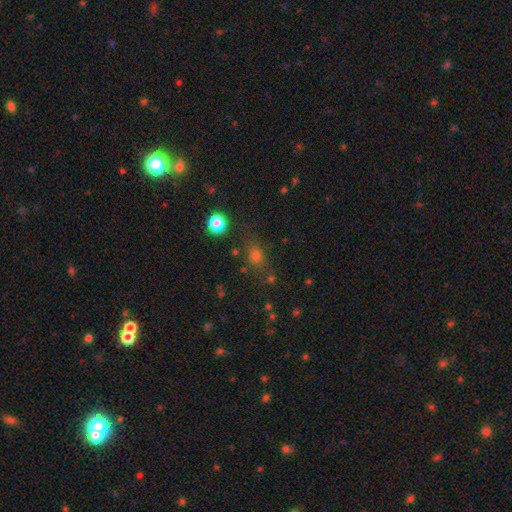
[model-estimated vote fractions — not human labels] Overall: smooth (68%). How rounded: round (48%, tied with in between). Merging: none (74%).